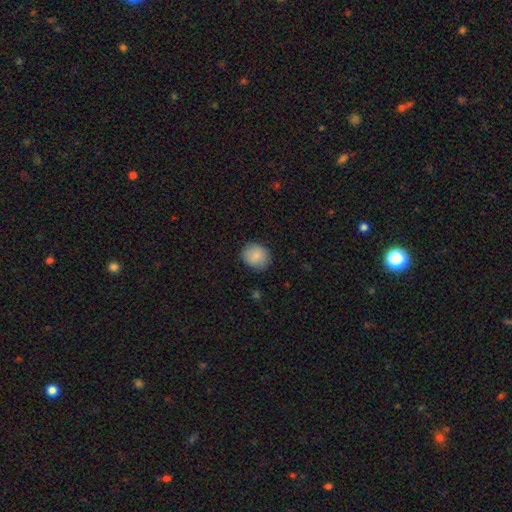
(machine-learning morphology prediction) type=smooth (86%); roundness=round (75%); merging=none (86%).